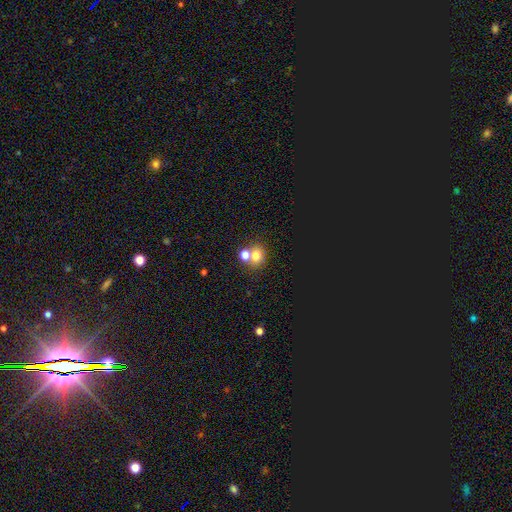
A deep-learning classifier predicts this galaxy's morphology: The model was most divided on "merging" (2-way tie): merger: 44%, none: 44%, minor disturbance: 8%, major disturbance: 3%. More confident: smooth or featured — smooth (72%); how rounded — round (59%).